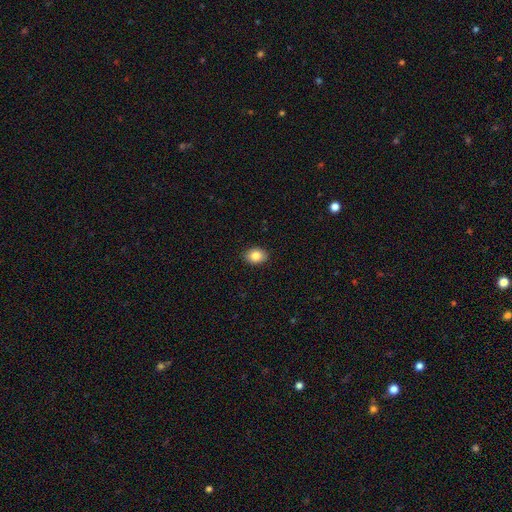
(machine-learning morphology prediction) Overall: smooth (85%). How rounded: in between (65%; round 34%). Merging: none (90%).